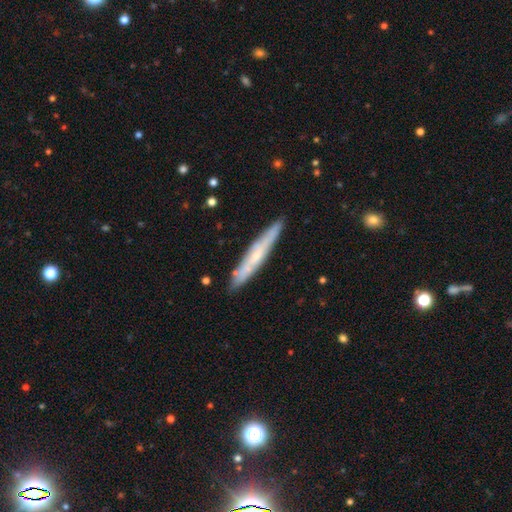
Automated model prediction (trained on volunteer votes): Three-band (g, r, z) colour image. It shows a featured or disk galaxy (50%) viewed edge-on (88%). Merging: none (88%).